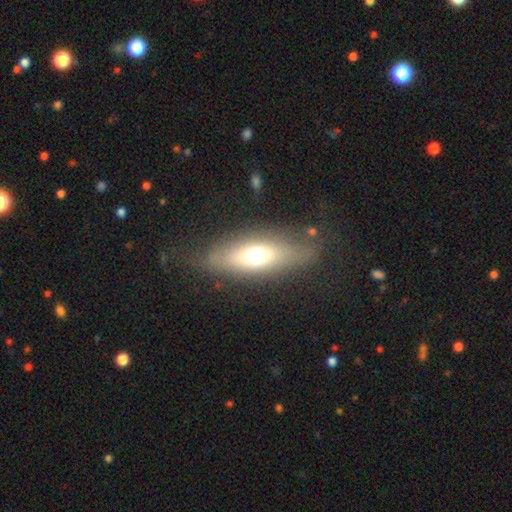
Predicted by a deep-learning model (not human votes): Smooth or featured: smooth — 57% (featured or disk — 33%)
How rounded: in between — 63% (cigar-shaped — 30%)
Merging: none — 74% (minor disturbance — 15%)